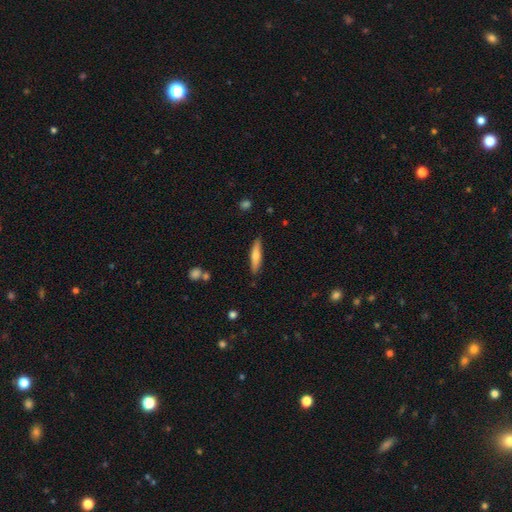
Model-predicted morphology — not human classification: Overall: smooth (61%; featured or disk 33%). How rounded: cigar-shaped (82%). Merging: none (86%).